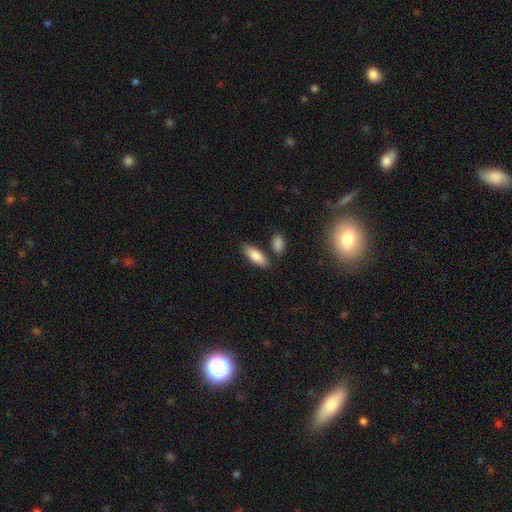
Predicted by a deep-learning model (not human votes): A smooth galaxy with no disk features (85%) that is in between round and cigar-shaped (74%).

Vote fractions:
- Smooth or featured? smooth: 85% / featured or disk: 9% / star or artifact: 6%
- How rounded? in between: 74% / cigar-shaped: 24% / round: 2%
- Merging? none: 78% / minor disturbance: 11% / merger: 8% / major disturbance: 3%